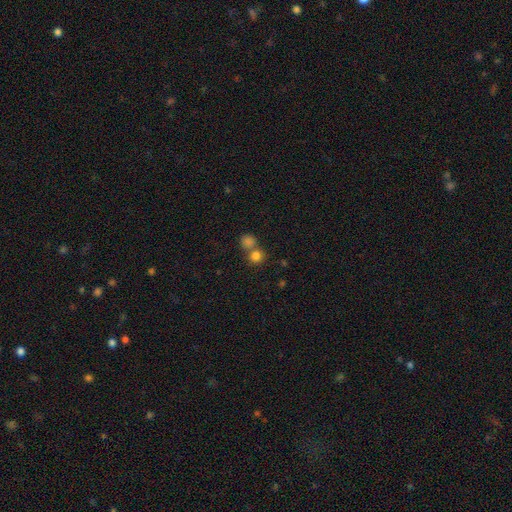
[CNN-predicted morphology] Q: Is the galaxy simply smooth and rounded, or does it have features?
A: smooth — 80%.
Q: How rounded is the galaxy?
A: round — 89%.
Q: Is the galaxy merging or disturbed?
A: none — 54%.